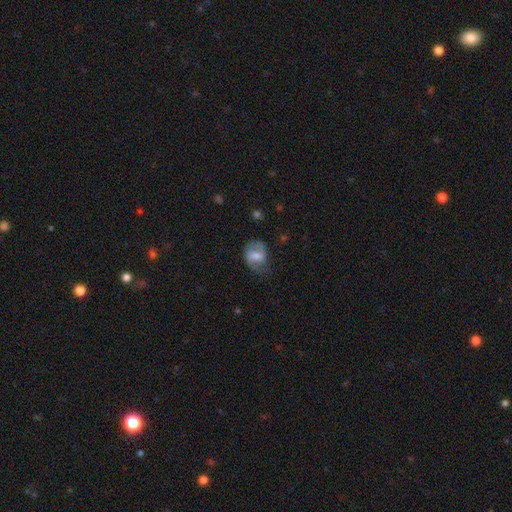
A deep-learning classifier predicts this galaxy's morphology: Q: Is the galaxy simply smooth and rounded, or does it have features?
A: featured or disk — 49%.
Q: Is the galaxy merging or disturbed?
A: none — 55%.